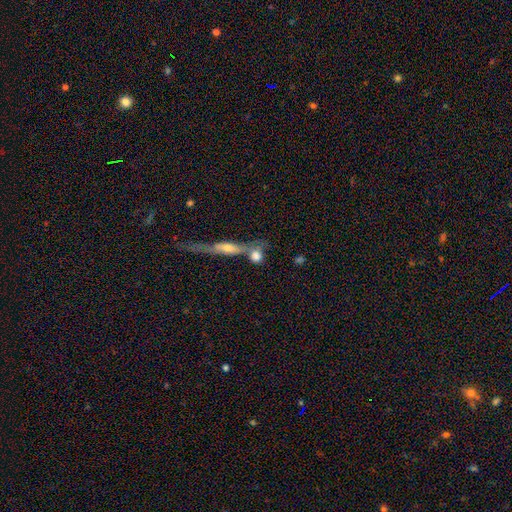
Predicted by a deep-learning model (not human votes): smooth-or-featured: smooth: 72% | featured or disk: 19% | star or artifact: 9%
  how-rounded: round: 66% | in between: 21% | cigar-shaped: 13%
  merging: none: 47% | merger: 37% | minor disturbance: 11% | major disturbance: 6%